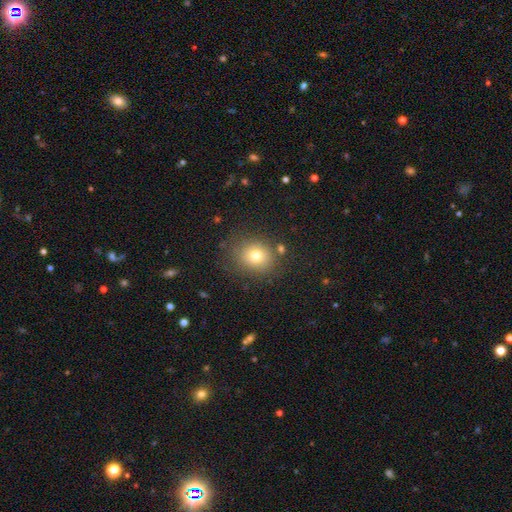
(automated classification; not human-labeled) smooth-or-featured: smooth: 75% | star or artifact: 13% | featured or disk: 11%
  how-rounded: round: 72% | in between: 27% | cigar-shaped: 1%
  merging: none: 79% | minor disturbance: 12% | major disturbance: 5% | merger: 4%